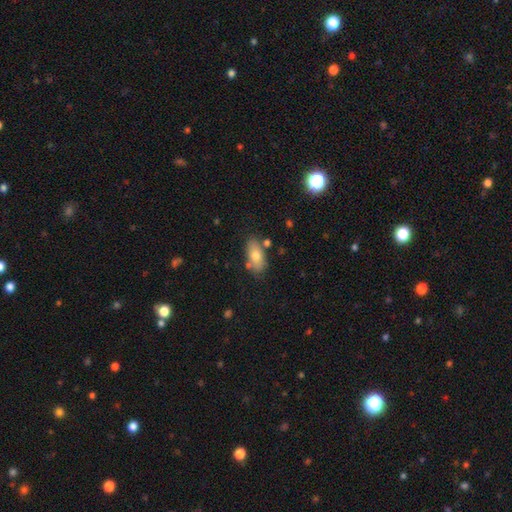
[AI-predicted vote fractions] smooth_or_featured: smooth (p=0.71) [alt: featured or disk p=0.21]
how_rounded: in between (p=0.87) [alt: cigar-shaped p=0.09]
merging: none (p=0.75) [alt: minor disturbance p=0.15]